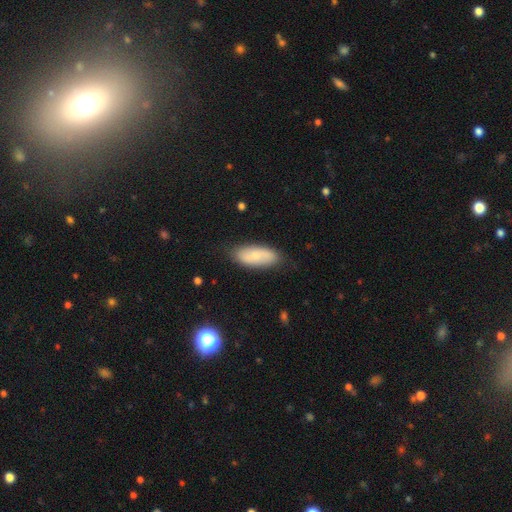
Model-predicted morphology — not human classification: A smooth galaxy with no disk features (65%) that is in between round and cigar-shaped (79%). Merging: none (81%).